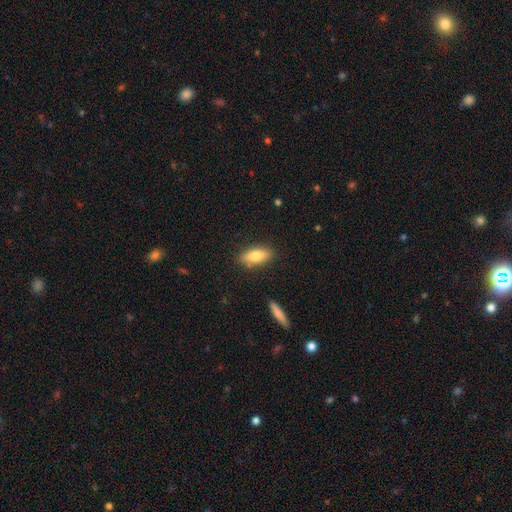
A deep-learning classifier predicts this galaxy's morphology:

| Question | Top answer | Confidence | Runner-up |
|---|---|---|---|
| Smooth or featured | smooth | 75% | featured or disk (18%) |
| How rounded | in between | 78% | cigar-shaped (19%) |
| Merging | none | 84% | minor disturbance (11%) |